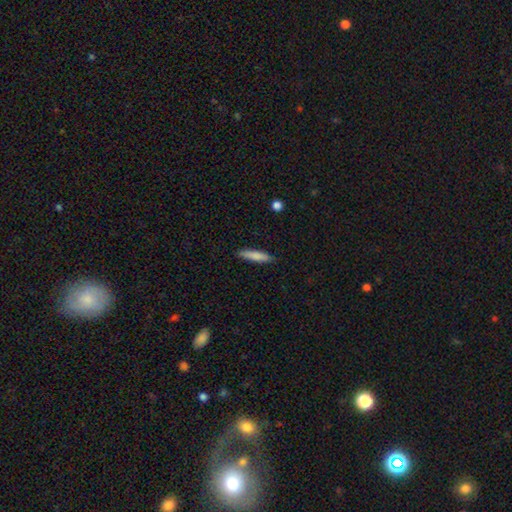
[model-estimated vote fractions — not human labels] This appears to be a smooth galaxy with no disk features (81%) that is cigar-shaped (86%). Merging: none (87%).